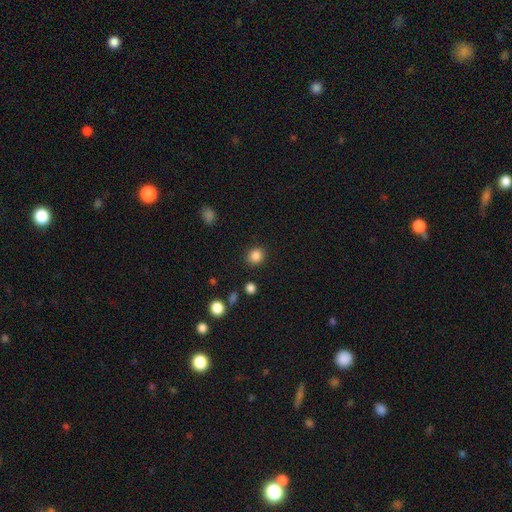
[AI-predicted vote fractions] smooth-or-featured: smooth: 86% | star or artifact: 11% | featured or disk: 4%
  how-rounded: round: 81% | in between: 18% | cigar-shaped: 1%
  merging: none: 89% | minor disturbance: 7% | major disturbance: 3% | merger: 2%